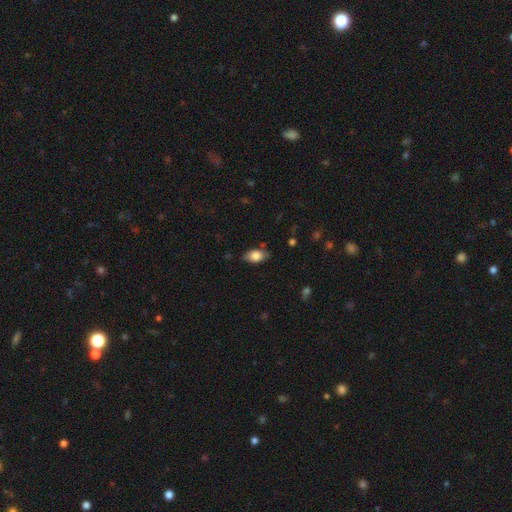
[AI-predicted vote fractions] A smooth galaxy with no disk features (81%) that is in between round and cigar-shaped (90%).

Vote fractions:
- Smooth or featured? smooth: 81% / featured or disk: 11% / star or artifact: 8%
- How rounded? in between: 90% / round: 7% / cigar-shaped: 3%
- Merging? none: 77% / minor disturbance: 18% / major disturbance: 3% / merger: 2%